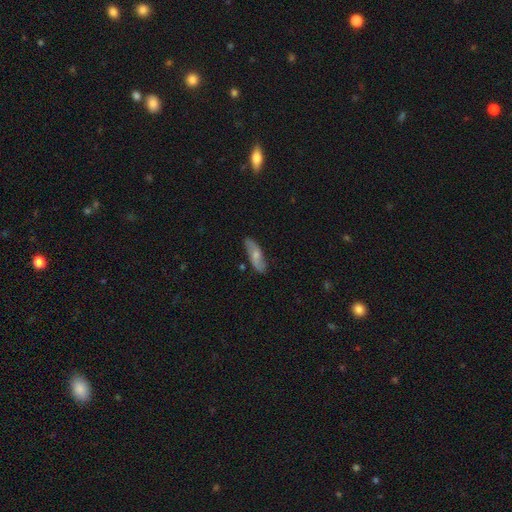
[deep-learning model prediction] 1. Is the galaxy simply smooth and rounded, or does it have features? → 47% featured or disk, 46% smooth, 6% star or artifact.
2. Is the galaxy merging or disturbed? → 79% none, 16% minor disturbance, 3% major disturbance, 2% merger.